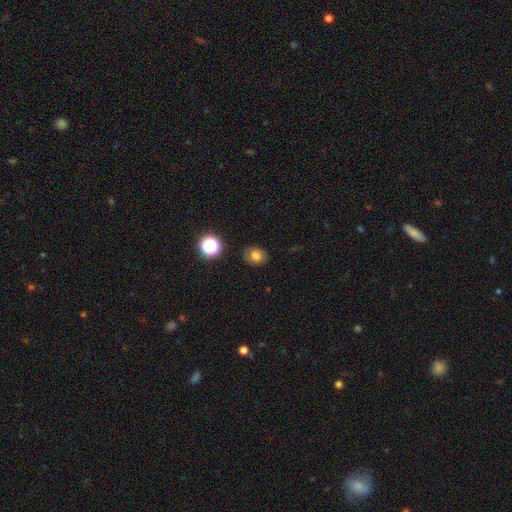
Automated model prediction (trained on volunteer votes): Morphology: type=smooth (77%); roundness=round (55%); merging=none (83%).